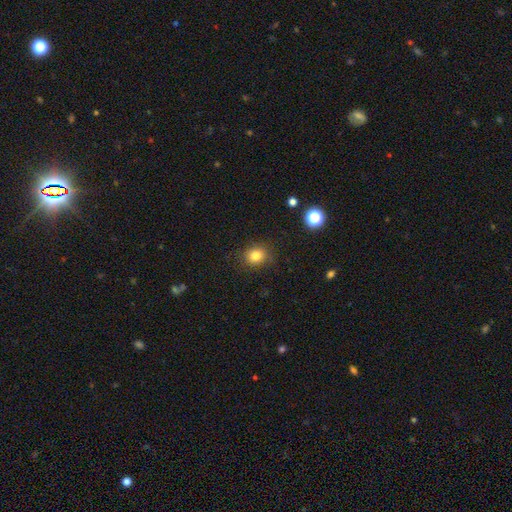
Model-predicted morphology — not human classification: Overall: smooth (81%). How rounded: round (73%). Merging: none (87%).